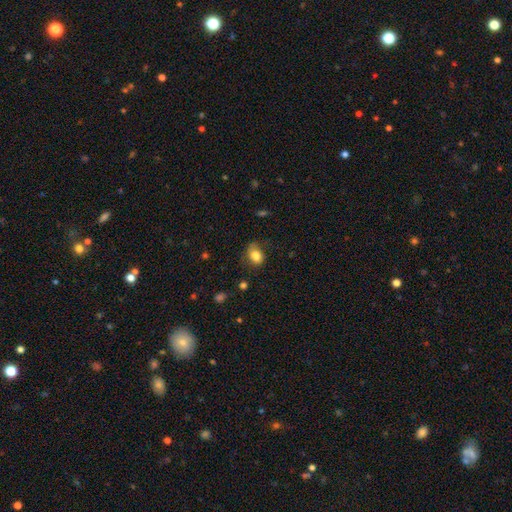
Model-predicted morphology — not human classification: smooth_or_featured: smooth (p=0.81) [alt: featured or disk p=0.09]
how_rounded: in between (p=0.66) [alt: round p=0.33]
merging: none (p=0.57) [alt: minor disturbance p=0.28]